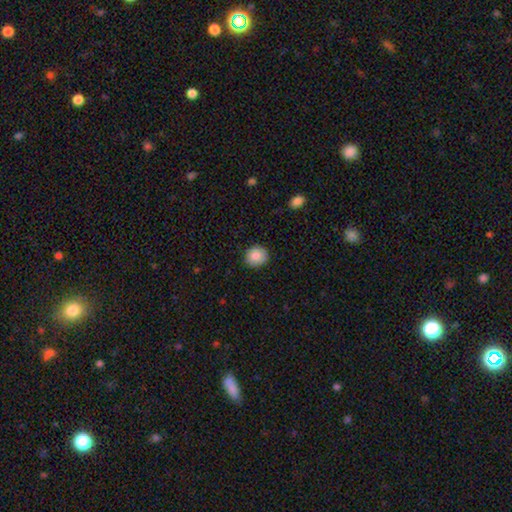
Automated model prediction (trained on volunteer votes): This appears to be a smooth galaxy with no disk features (85%) that is round (84%). Merging: none (88%).